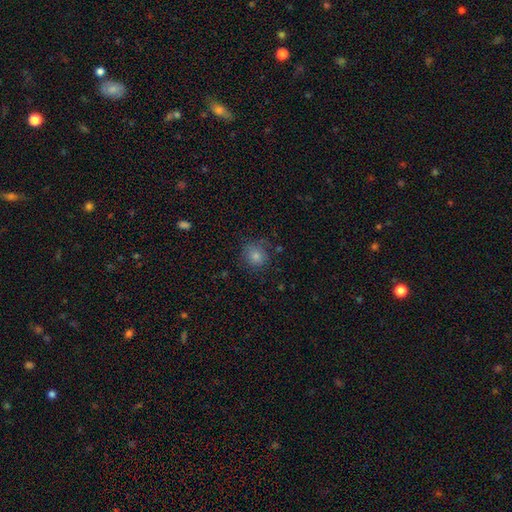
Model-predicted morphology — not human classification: Smooth or featured? Predicted: smooth (p=0.81). How rounded? Predicted: round (p=0.87). Merging? Predicted: none (p=0.77).